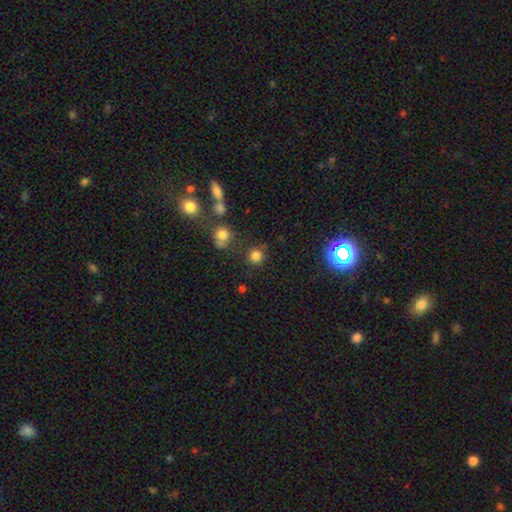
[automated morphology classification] Q: Smooth or featured?
A: smooth (78%); runner-up: star or artifact (16%)
Q: How rounded?
A: round (92%); runner-up: in between (7%)
Q: Merging?
A: none (79%); runner-up: minor disturbance (9%)